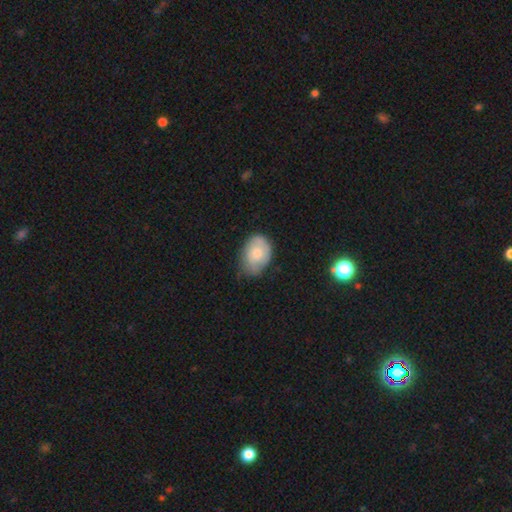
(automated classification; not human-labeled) Q: Smooth or featured?
A: smooth (68%); runner-up: featured or disk (25%)
Q: How rounded?
A: in between (73%); runner-up: round (26%)
Q: Merging?
A: none (55%); runner-up: minor disturbance (35%)